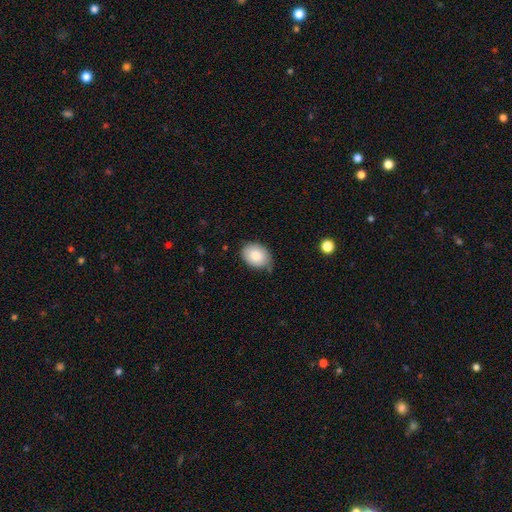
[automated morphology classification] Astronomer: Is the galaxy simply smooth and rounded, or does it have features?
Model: smooth — 85%.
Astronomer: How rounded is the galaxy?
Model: in between — 74%.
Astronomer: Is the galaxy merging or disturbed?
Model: none — 67%.